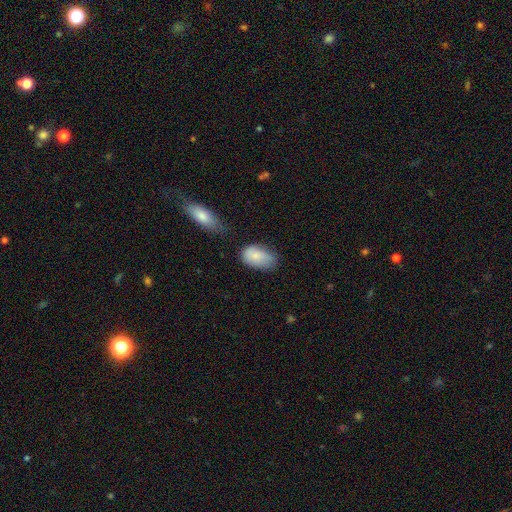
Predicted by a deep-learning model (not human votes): Smooth or featured? smooth (81%)
How rounded? in between (90%)
Merging? none (50%)